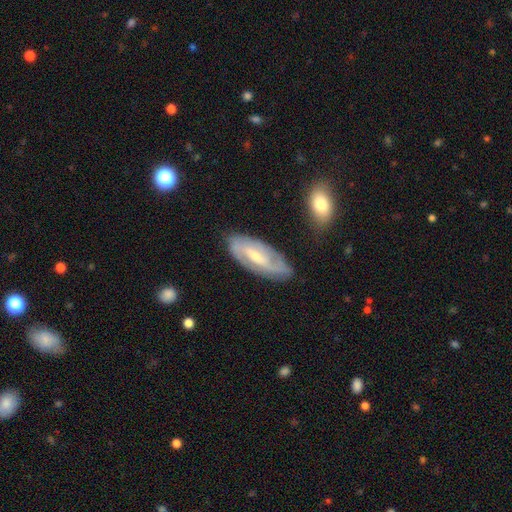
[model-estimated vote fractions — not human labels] Morphology: type=featured or disk (78%); edge-on=no (90%); bar=weak (44%); spiral arms=yes (90%); winding=tight (42%); arm count=2 (71%); bulge=small (57%); merging=none (78%).